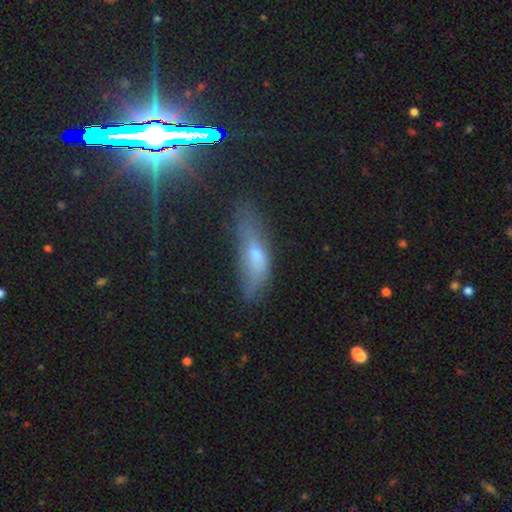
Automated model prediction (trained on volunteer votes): Morphology: type=smooth (47%); merging=none (48%).